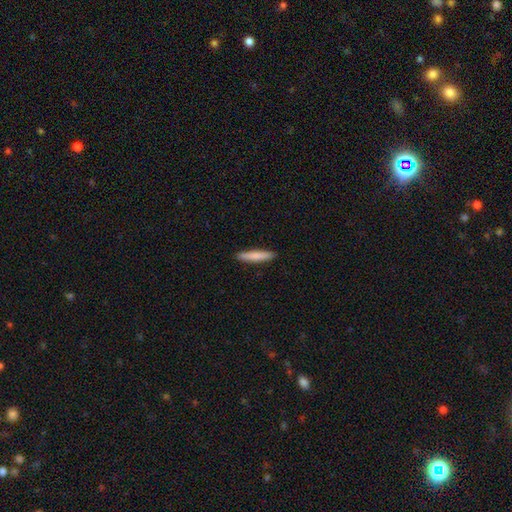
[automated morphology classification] smooth 81%, featured or disk 14%, star or artifact 5%. Down the decision tree: how rounded — cigar-shaped (92%); merging — none (91%).